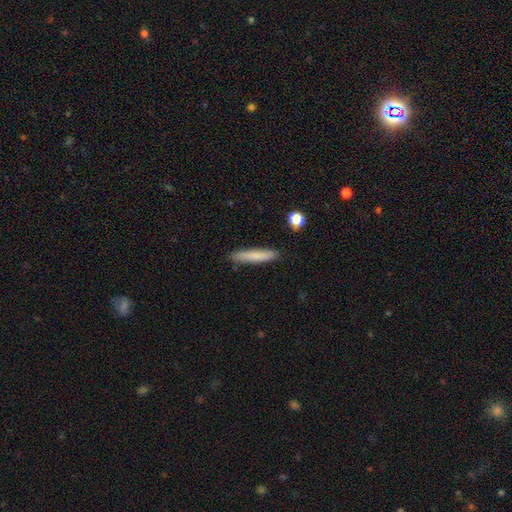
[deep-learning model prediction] Smooth or featured?
  - smooth: 77% *
  - featured or disk: 16%
  - star or artifact: 7%
How rounded?
  - cigar-shaped: 93% *
  - in between: 6%
  - round: 1%
Merging?
  - none: 87% *
  - minor disturbance: 9%
  - major disturbance: 2%
  - merger: 2%